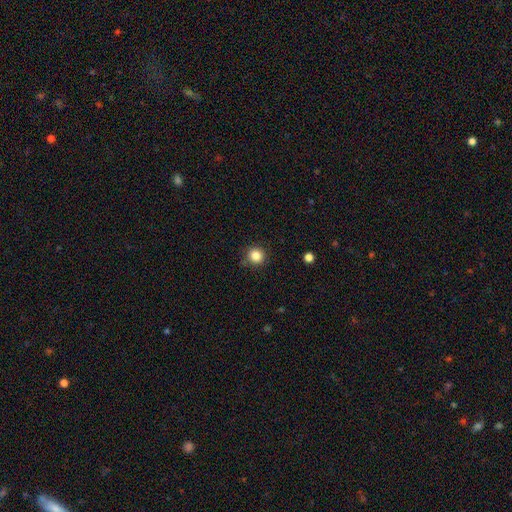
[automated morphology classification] smooth_or_featured: smooth (p=0.84) [alt: star or artifact p=0.11]
how_rounded: round (p=0.93) [alt: in between p=0.07]
merging: none (p=0.88) [alt: minor disturbance p=0.08]